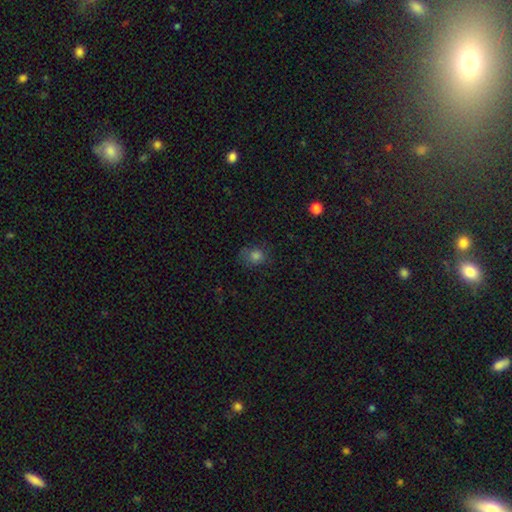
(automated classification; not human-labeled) A smooth galaxy with no disk features (77%) that is round (67%).

Vote fractions:
- Smooth or featured? smooth: 77% / star or artifact: 16% / featured or disk: 7%
- How rounded? round: 67% / in between: 32% / cigar-shaped: 1%
- Merging? none: 69% / minor disturbance: 22% / major disturbance: 8% / merger: 2%